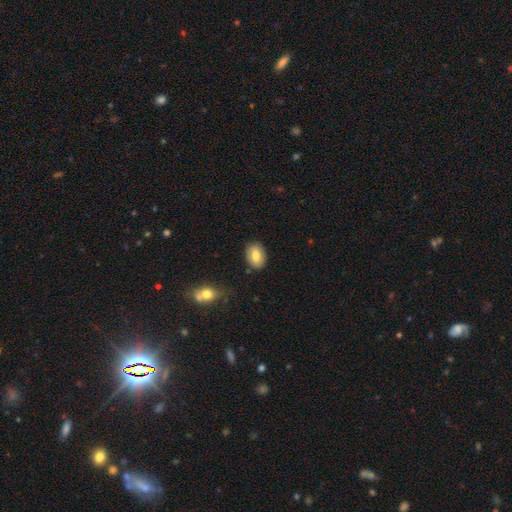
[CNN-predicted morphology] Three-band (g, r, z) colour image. It shows a smooth galaxy with no disk features (76%) that is in between round and cigar-shaped (81%). Merging: none (84%).